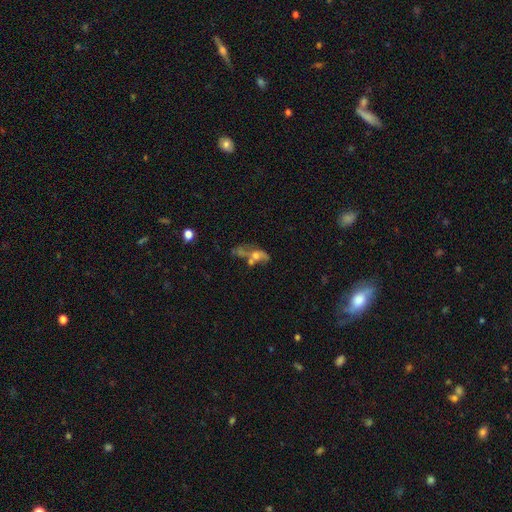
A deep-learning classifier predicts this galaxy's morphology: Smooth or featured? featured or disk (50%)
Merging? merger (38%)